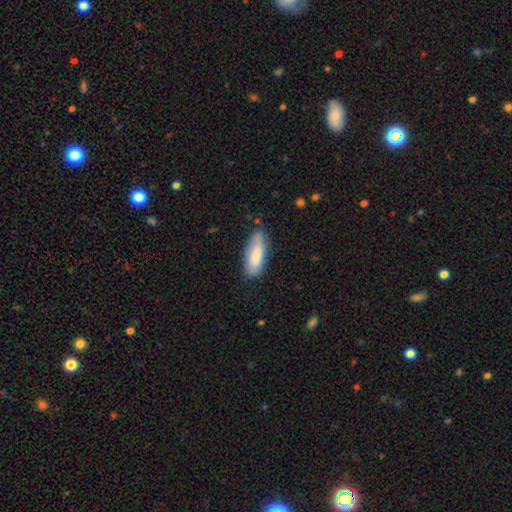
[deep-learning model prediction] Smooth or featured: smooth — 76% (featured or disk — 18%)
How rounded: in between — 61% (cigar-shaped — 37%)
Merging: none — 74% (minor disturbance — 20%)